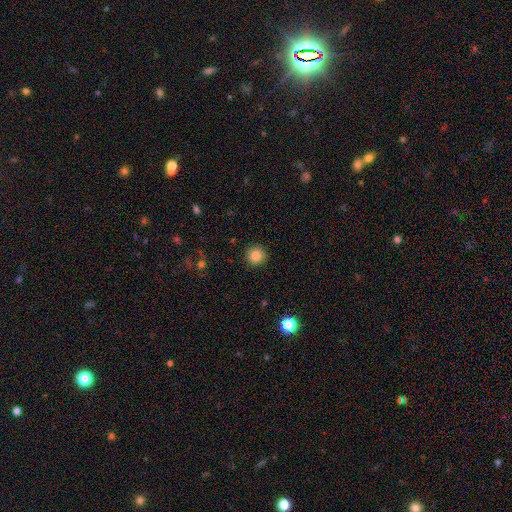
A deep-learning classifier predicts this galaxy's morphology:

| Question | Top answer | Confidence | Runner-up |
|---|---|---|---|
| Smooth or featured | smooth | 86% | star or artifact (10%) |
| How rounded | round | 94% | in between (5%) |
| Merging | none | 91% | minor disturbance (6%) |